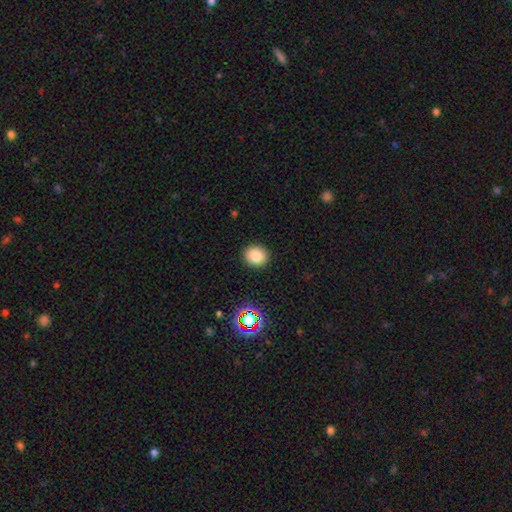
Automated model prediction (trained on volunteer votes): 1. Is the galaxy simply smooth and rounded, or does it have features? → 81% smooth, 13% star or artifact, 6% featured or disk.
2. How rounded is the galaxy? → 77% round, 22% in between, 1% cigar-shaped.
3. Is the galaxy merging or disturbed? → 91% none, 6% minor disturbance, 2% major disturbance, 1% merger.